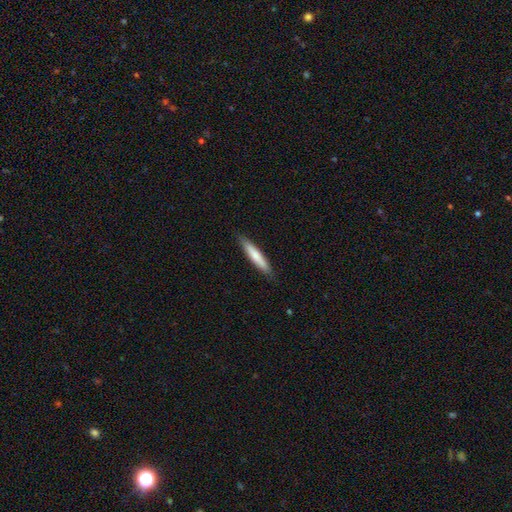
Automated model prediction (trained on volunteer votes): Smooth or featured? Predicted: smooth (p=0.71). How rounded? Predicted: cigar-shaped (p=0.90). Merging? Predicted: none (p=0.87).